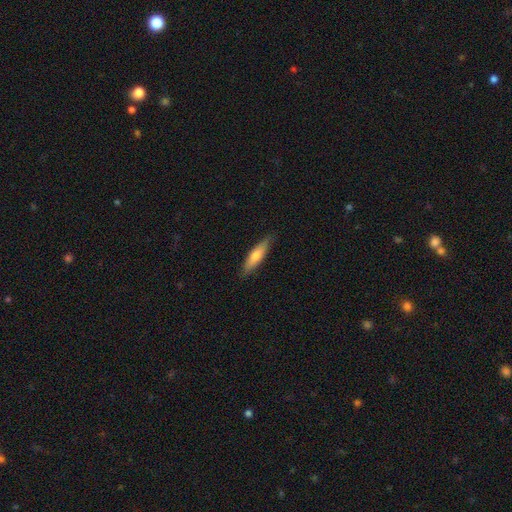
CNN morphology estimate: Smooth or featured? Predicted: smooth (p=0.63). How rounded? Predicted: cigar-shaped (p=0.75). Merging? Predicted: none (p=0.86).